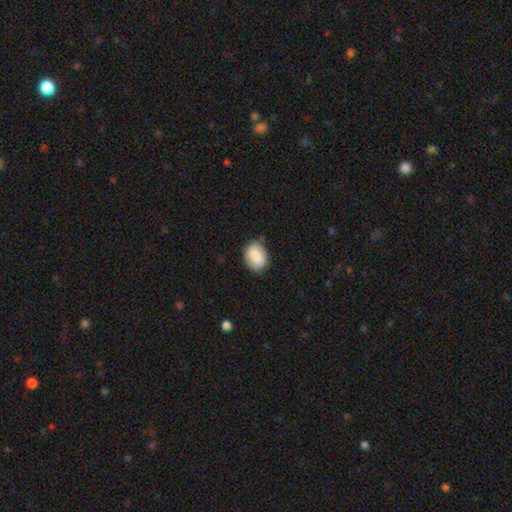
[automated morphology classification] Smooth or featured?
  - smooth: 80% *
  - featured or disk: 13%
  - star or artifact: 7%
How rounded?
  - in between: 66% *
  - round: 33%
  - cigar-shaped: 1%
Merging?
  - none: 79% *
  - minor disturbance: 16%
  - major disturbance: 3%
  - merger: 2%